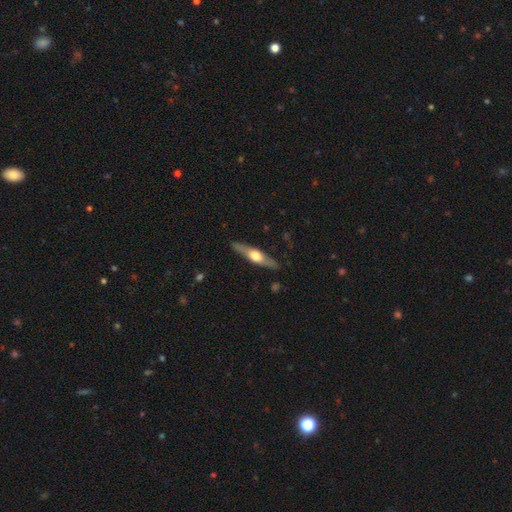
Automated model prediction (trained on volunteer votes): Q: Smooth or featured?
A: featured or disk (62%); runner-up: smooth (33%)
Q: Edge-on disk?
A: yes (93%); runner-up: no (7%)
Q: Edge-on bulge?
A: rounded (93%); runner-up: boxy (4%)
Q: Merging?
A: none (88%); runner-up: minor disturbance (9%)